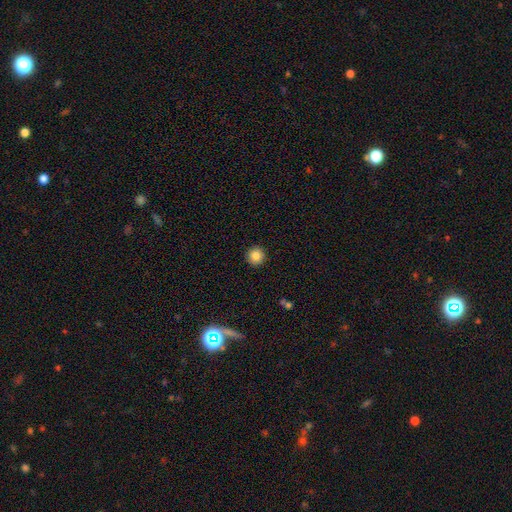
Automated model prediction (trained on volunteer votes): The model was most divided on "smooth or featured": smooth: 84%, star or artifact: 10%, featured or disk: 6%. More confident: how rounded — round (95%); merging — none (93%).